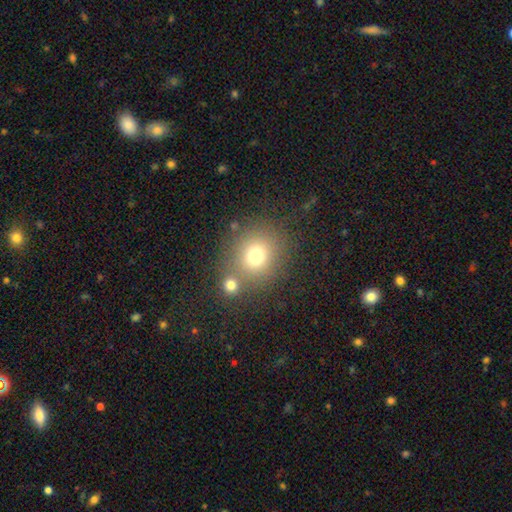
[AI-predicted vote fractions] This is likely a smooth galaxy (73%). How rounded: clearly round (84%). Merging: likely none (66%).